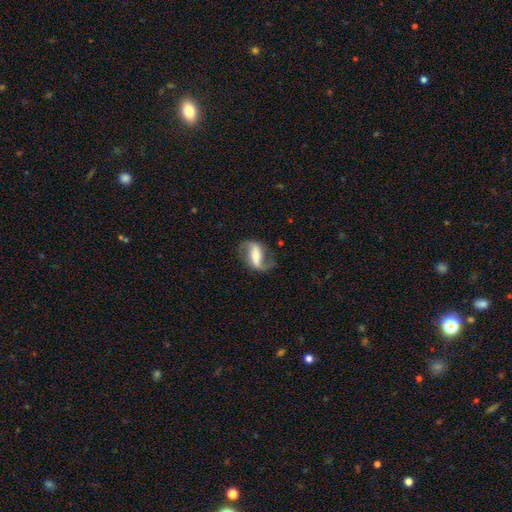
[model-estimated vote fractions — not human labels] smooth_or_featured: featured or disk (p=0.78) [alt: smooth p=0.16]
disk_edge_on: no (p=0.94) [alt: yes p=0.06]
bar: strong (p=0.54) [alt: weak p=0.29]
has_spiral_arms: yes (p=0.92) [alt: no p=0.08]
spiral_winding: loose (p=0.60) [alt: medium p=0.31]
spiral_arm_count: 2 (p=0.89) [alt: 1 p=0.06]
bulge_size: moderate (p=0.34) [alt: small p=0.26]
merging: none (p=0.70) [alt: minor disturbance p=0.17]